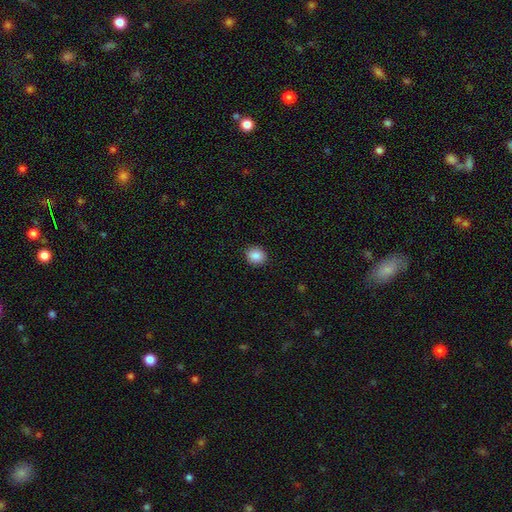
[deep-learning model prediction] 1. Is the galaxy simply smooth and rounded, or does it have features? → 88% smooth, 9% star or artifact, 4% featured or disk.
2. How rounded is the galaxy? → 68% round, 31% in between, 1% cigar-shaped.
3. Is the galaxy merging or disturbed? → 90% none, 7% minor disturbance, 2% major disturbance, 1% merger.